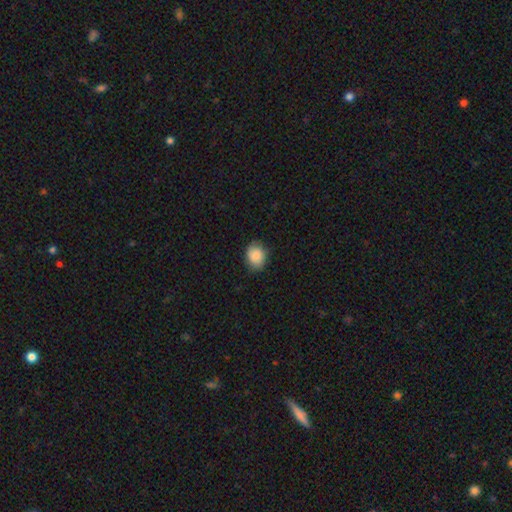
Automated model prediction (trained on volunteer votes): Morphology: type=smooth (87%); roundness=in between (53%); merging=none (82%).